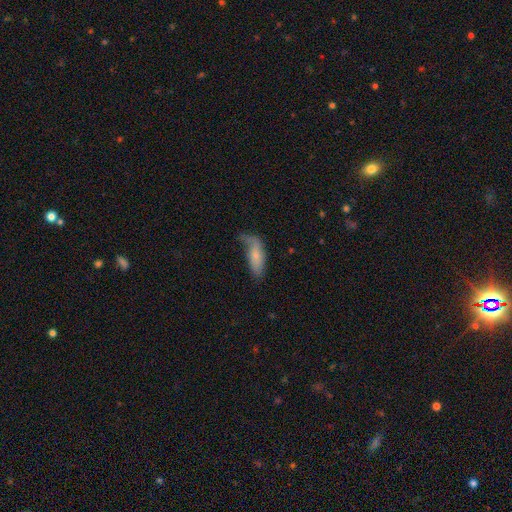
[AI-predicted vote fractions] The model was most divided on "merging": none: 37%, minor disturbance: 36%, major disturbance: 23%, merger: 4%. More confident: how rounded — in between (69%); smooth or featured — smooth (68%).